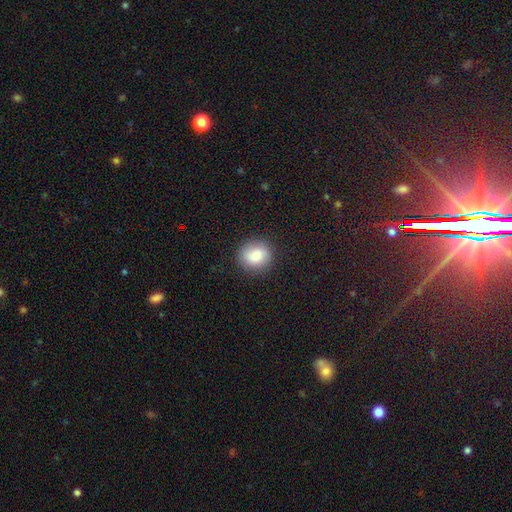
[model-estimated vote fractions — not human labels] This is clearly a smooth galaxy (82%). How rounded: clearly round (82%). Merging: clearly none (85%).